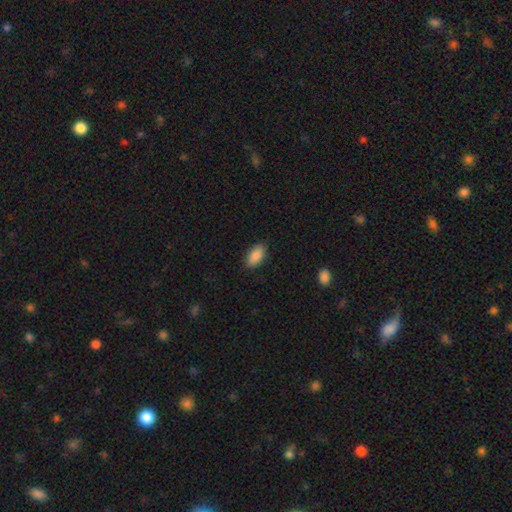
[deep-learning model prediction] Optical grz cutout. It shows a smooth galaxy with no disk features (88%) that is in between round and cigar-shaped (92%). Merging: none (86%).